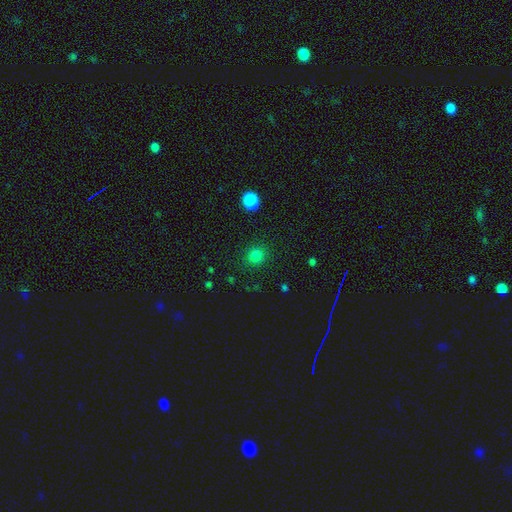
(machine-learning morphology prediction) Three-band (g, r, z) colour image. It shows a smooth galaxy with no disk features (82%) that is round (87%). Merging: none (89%).